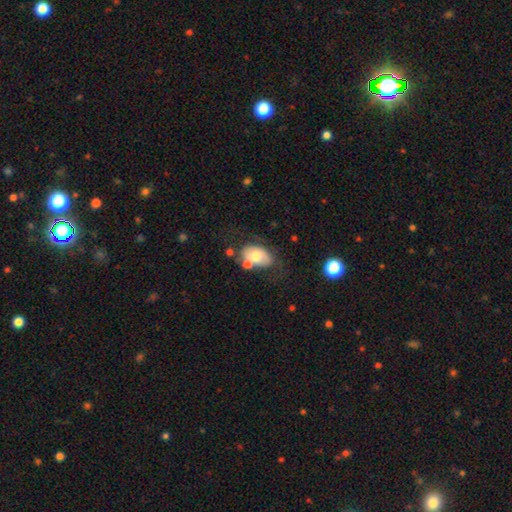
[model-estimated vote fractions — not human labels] smooth_or_featured: smooth (p=0.61) [alt: featured or disk p=0.31]
how_rounded: in between (p=0.88) [alt: round p=0.10]
merging: none (p=0.44) [alt: minor disturbance p=0.22]